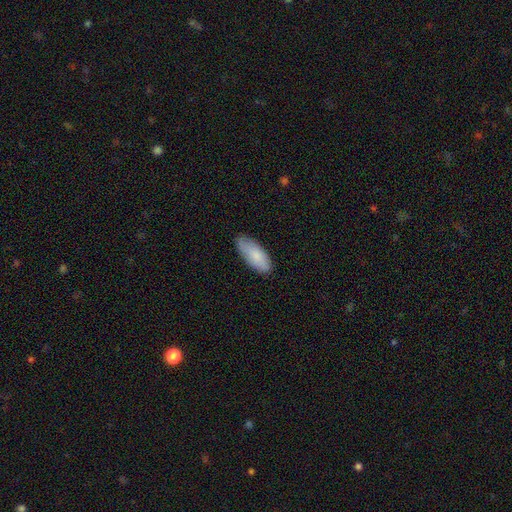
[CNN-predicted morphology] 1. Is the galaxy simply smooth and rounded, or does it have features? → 84% smooth, 10% featured or disk, 6% star or artifact.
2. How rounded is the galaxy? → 81% in between, 17% cigar-shaped, 2% round.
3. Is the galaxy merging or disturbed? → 78% none, 18% minor disturbance, 3% major disturbance, 1% merger.